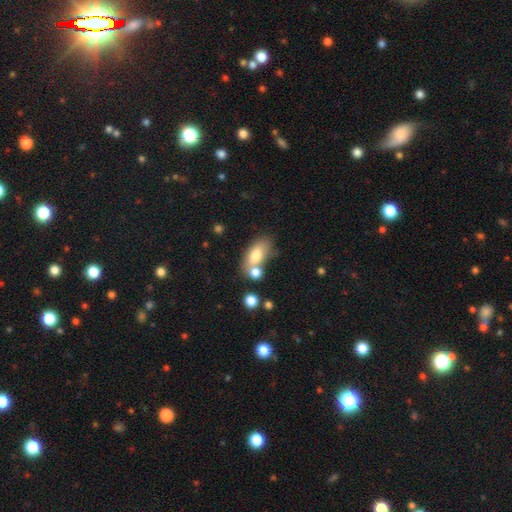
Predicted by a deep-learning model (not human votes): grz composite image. It shows a smooth galaxy with no disk features (74%) that is in between round and cigar-shaped (85%). Merging: none (45%).